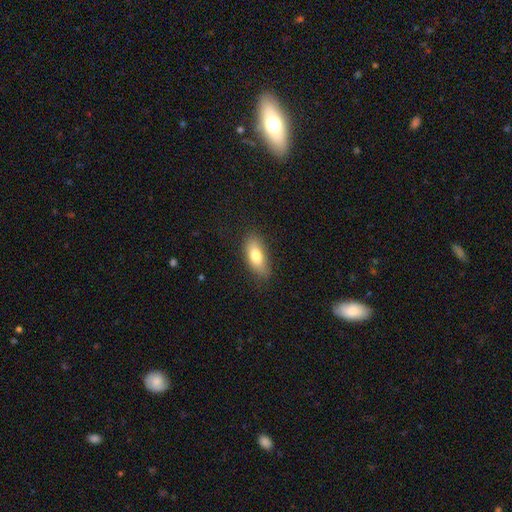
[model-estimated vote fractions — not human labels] Q: Smooth or featured?
A: smooth (78%); runner-up: featured or disk (16%)
Q: How rounded?
A: in between (78%); runner-up: cigar-shaped (19%)
Q: Merging?
A: none (80%); runner-up: minor disturbance (15%)